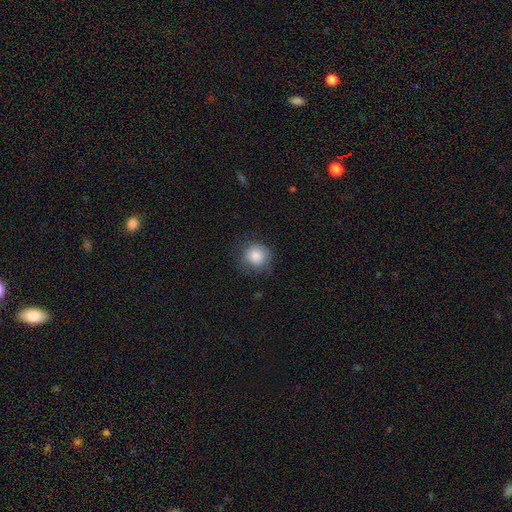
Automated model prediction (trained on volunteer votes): smooth-or-featured: smooth: 85% | star or artifact: 8% | featured or disk: 6%
  how-rounded: round: 90% | in between: 9% | cigar-shaped: 1%
  merging: none: 75% | minor disturbance: 18% | major disturbance: 6% | merger: 1%